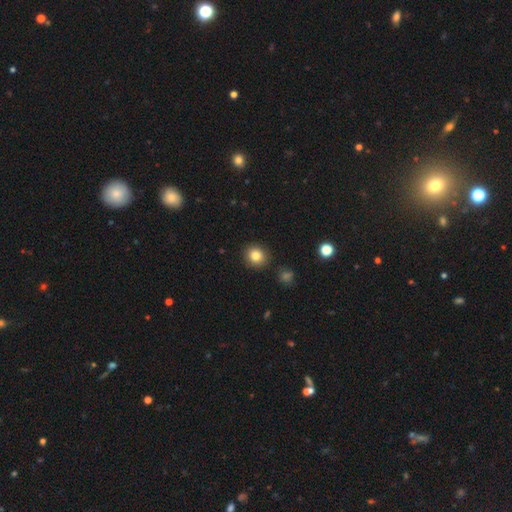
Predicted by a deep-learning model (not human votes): A smooth galaxy with no disk features (83%) that is round (85%). Merging: none (89%).